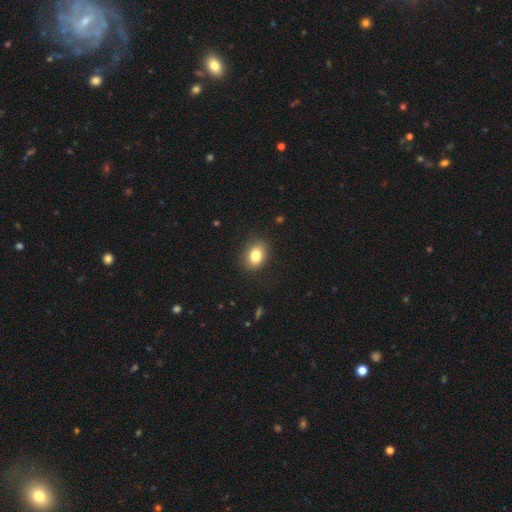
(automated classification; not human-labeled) Q: Smooth or featured?
A: smooth (82%); runner-up: star or artifact (10%)
Q: How rounded?
A: in between (64%); runner-up: round (35%)
Q: Merging?
A: none (86%); runner-up: minor disturbance (10%)